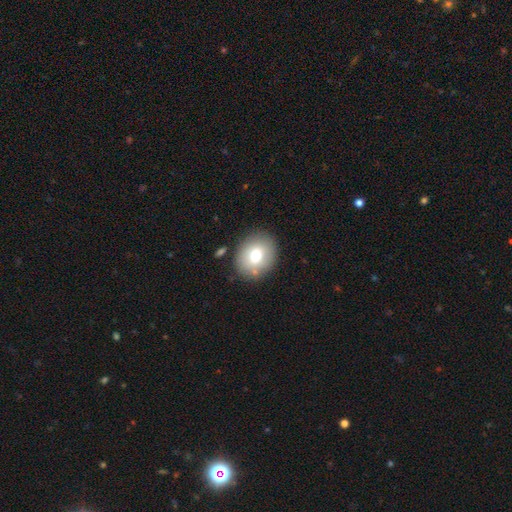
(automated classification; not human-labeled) Overall: smooth (72%). How rounded: round (62%; in between 37%). Merging: none (83%).